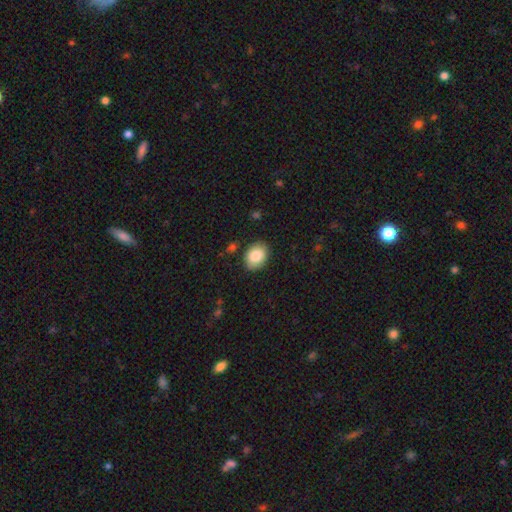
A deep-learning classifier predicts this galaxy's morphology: Q: Smooth or featured?
A: smooth (86%); runner-up: star or artifact (7%)
Q: How rounded?
A: in between (72%); runner-up: round (27%)
Q: Merging?
A: none (86%); runner-up: minor disturbance (10%)